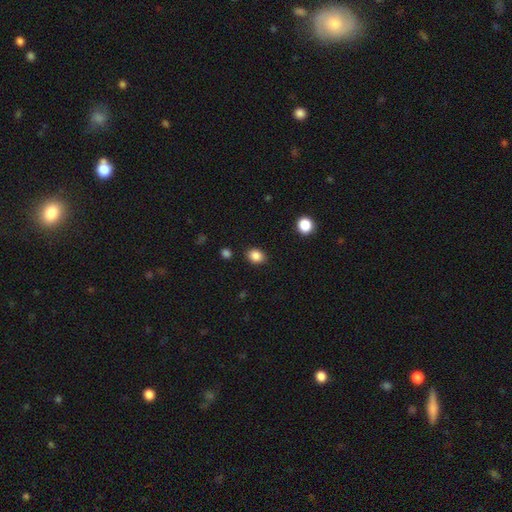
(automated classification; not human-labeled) smooth_or_featured: smooth (p=0.86) [alt: star or artifact p=0.10]
how_rounded: in between (p=0.56) [alt: round p=0.43]
merging: none (p=0.86) [alt: minor disturbance p=0.09]